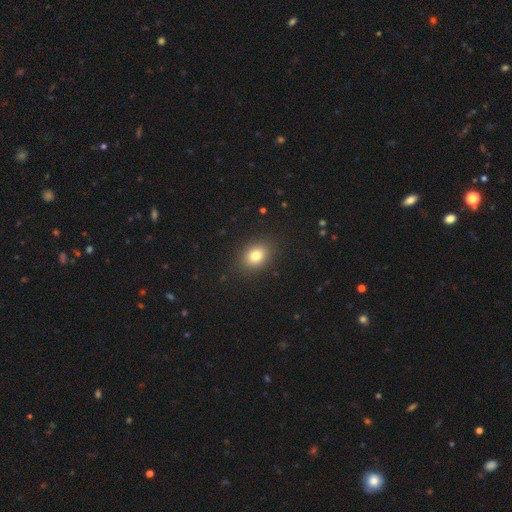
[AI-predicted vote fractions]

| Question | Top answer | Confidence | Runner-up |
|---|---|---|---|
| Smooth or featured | smooth | 80% | star or artifact (11%) |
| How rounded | in between | 60% | round (39%) |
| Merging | none | 88% | minor disturbance (8%) |